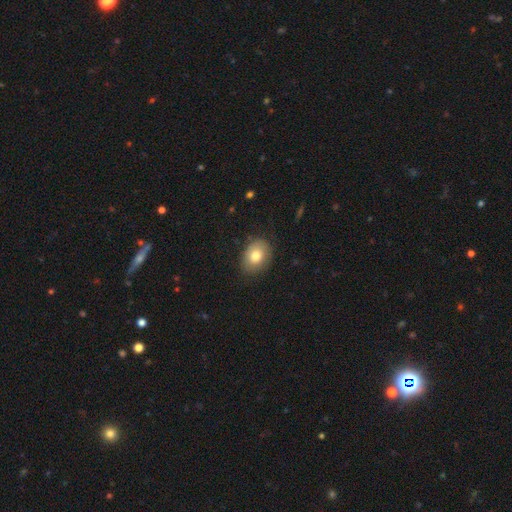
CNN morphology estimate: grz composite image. It shows a smooth galaxy with no disk features (78%) that is in between round and cigar-shaped (65%). Merging: none (82%).